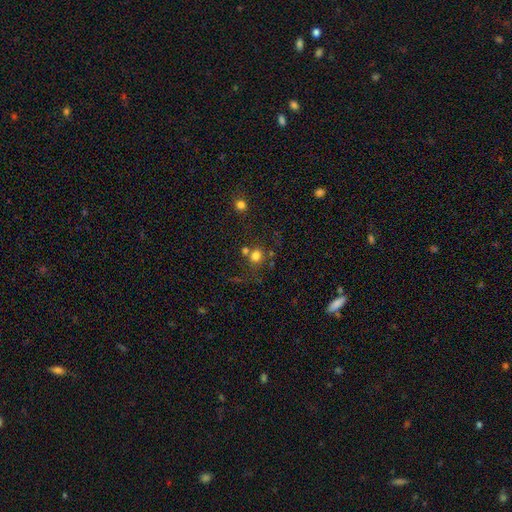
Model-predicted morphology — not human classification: Overall: smooth (77%). How rounded: round (79%). Merging: none (62%).